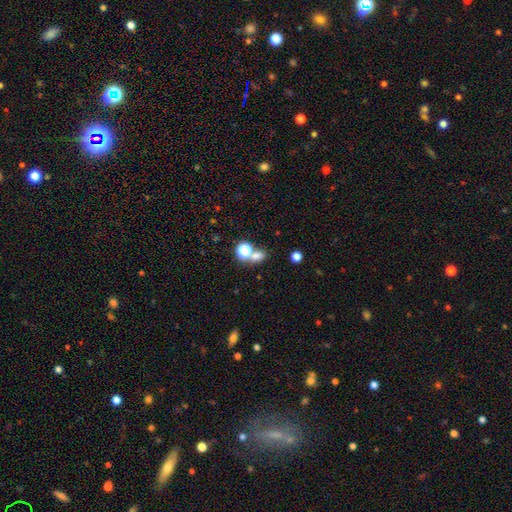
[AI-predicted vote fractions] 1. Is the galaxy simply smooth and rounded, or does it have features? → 66% smooth, 27% star or artifact, 8% featured or disk.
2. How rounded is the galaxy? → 53% in between, 45% round, 2% cigar-shaped.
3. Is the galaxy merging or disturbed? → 56% none, 31% merger, 9% minor disturbance, 4% major disturbance.